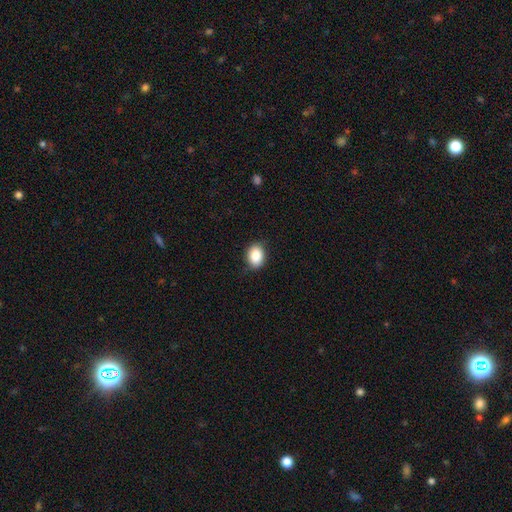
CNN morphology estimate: Smooth or featured? smooth (88%)
How rounded? in between (71%)
Merging? none (84%)